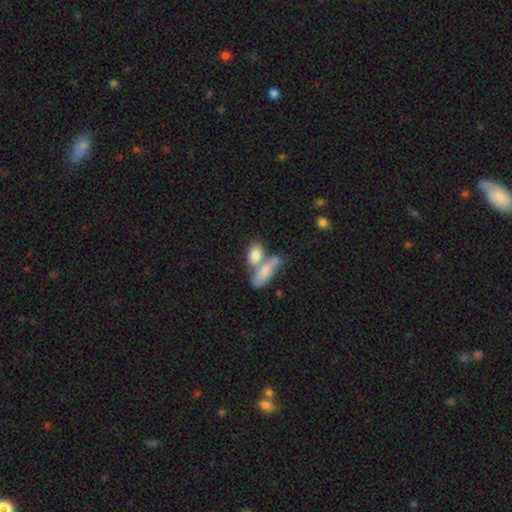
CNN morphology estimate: A smooth galaxy with no disk features (78%) that is in between round and cigar-shaped (82%). Merging: merger (54%).